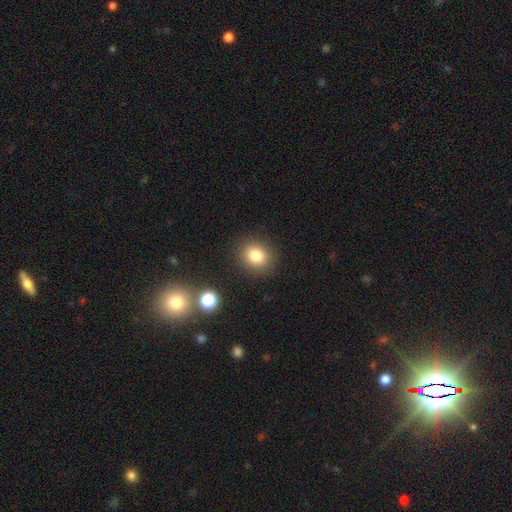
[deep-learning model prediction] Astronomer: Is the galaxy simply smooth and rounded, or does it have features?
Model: smooth — 81%.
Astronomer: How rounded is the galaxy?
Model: round — 74%.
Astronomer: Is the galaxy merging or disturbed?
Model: none — 88%.